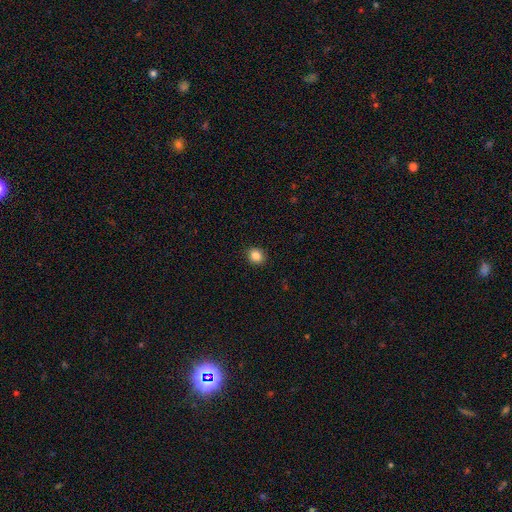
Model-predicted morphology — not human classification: The model was most divided on "how rounded": round: 75%, in between: 24%, cigar-shaped: 1%. More confident: merging — none (91%); smooth or featured — smooth (85%).